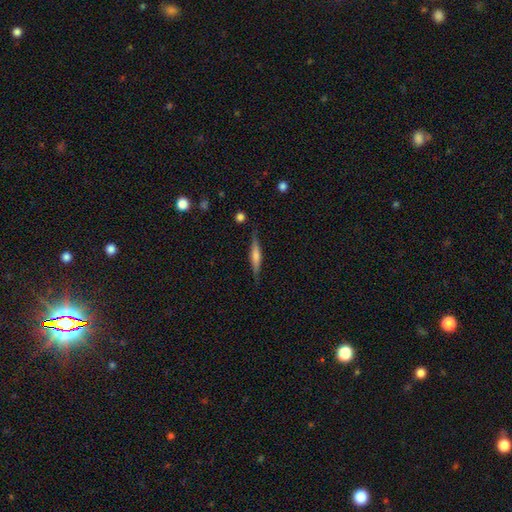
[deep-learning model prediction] smooth-or-featured: featured or disk: 50% | smooth: 43% | star or artifact: 7%
  disk-edge-on: yes: 95% | no: 5%
  merging: none: 84% | minor disturbance: 12% | major disturbance: 3% | merger: 2%